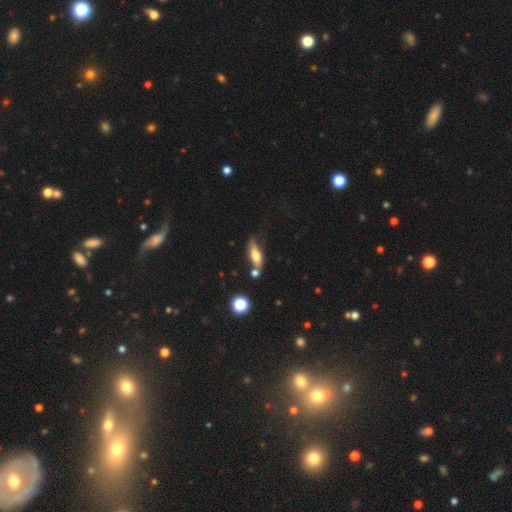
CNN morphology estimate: Smooth or featured? Predicted: smooth (p=0.63). How rounded? Predicted: in between (p=0.62). Merging? Predicted: none (p=0.44).